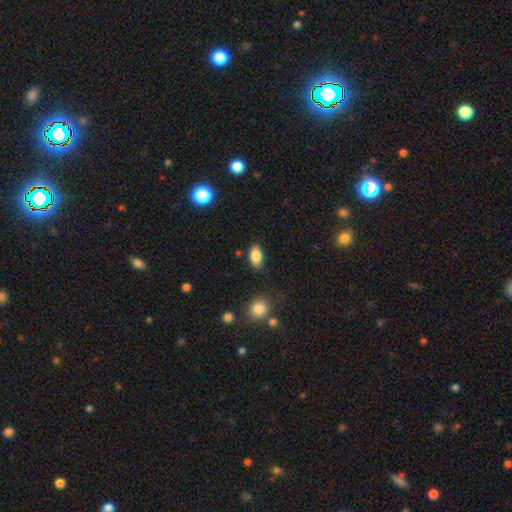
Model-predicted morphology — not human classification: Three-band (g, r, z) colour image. It shows a smooth galaxy with no disk features (85%) that is in between round and cigar-shaped (91%). Merging: none (77%).